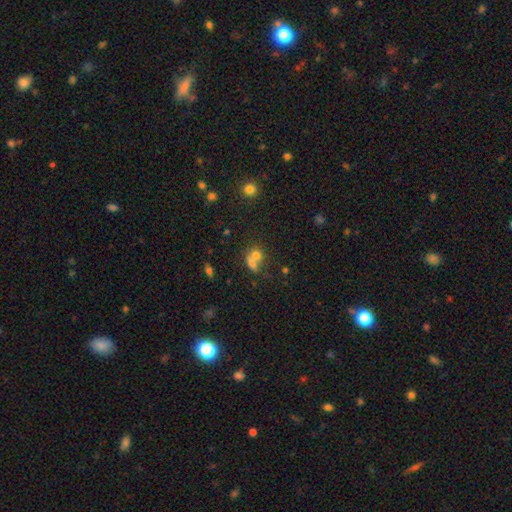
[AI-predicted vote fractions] Smooth or featured?
  - smooth: 68% *
  - featured or disk: 17%
  - star or artifact: 15%
How rounded?
  - round: 60% *
  - in between: 37%
  - cigar-shaped: 3%
Merging?
  - merger: 60% *
  - none: 28%
  - minor disturbance: 7%
  - major disturbance: 4%